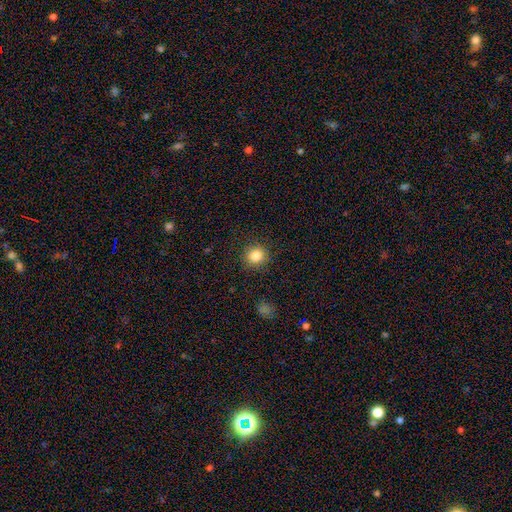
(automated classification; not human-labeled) smooth 84%, star or artifact 11%, featured or disk 5%. Down the decision tree: how rounded — round (91%); merging — none (90%).